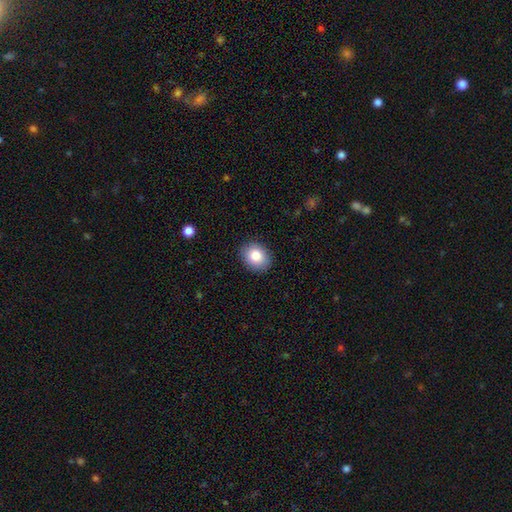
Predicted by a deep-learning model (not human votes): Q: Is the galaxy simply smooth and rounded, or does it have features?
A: smooth — 84%.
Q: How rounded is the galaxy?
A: in between — 53%.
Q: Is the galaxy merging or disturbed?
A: none — 89%.